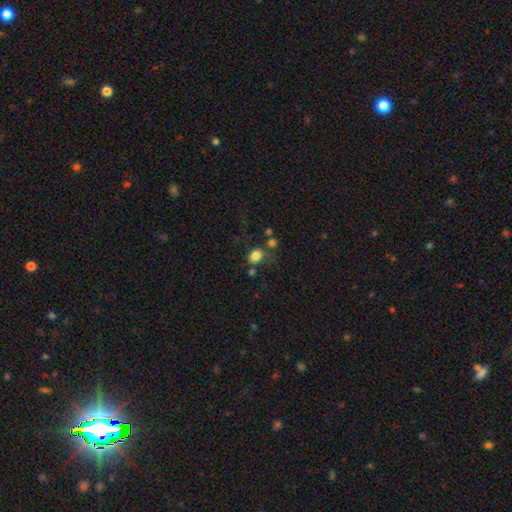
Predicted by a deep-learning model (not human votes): This appears to be a smooth galaxy with no disk features (81%) that is in between round and cigar-shaped (50%). Merging: none (60%).